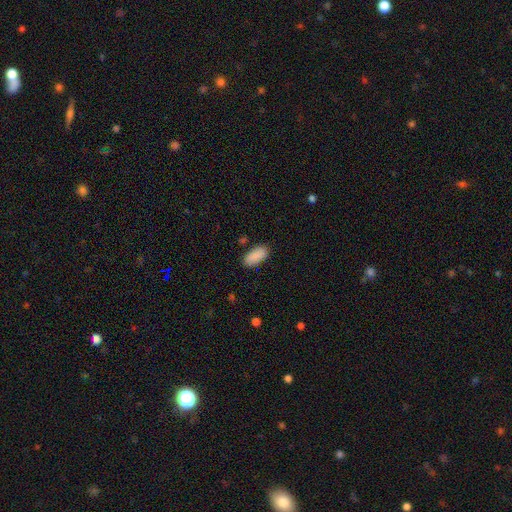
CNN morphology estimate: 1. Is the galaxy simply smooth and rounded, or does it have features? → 89% smooth, 7% star or artifact, 4% featured or disk.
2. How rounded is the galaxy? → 91% in between, 7% cigar-shaped, 2% round.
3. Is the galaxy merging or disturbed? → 85% none, 11% minor disturbance, 3% major disturbance, 2% merger.